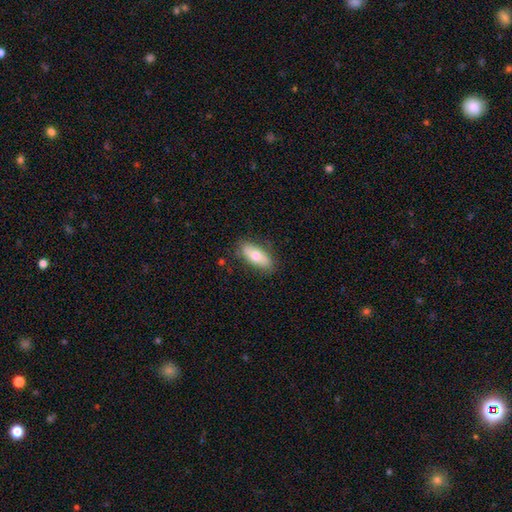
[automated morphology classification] This appears to be a smooth galaxy with no disk features (68%) that is in between round and cigar-shaped (82%). Merging: none (82%).